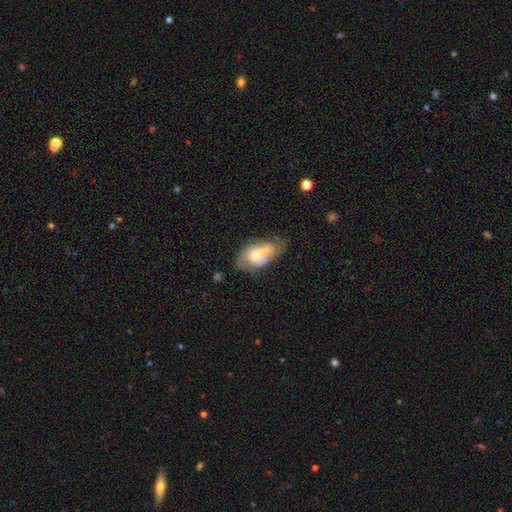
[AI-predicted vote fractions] A featured or disk galaxy (52%).

Vote fractions:
- Smooth or featured? featured or disk: 52% / smooth: 41% / star or artifact: 7%
- Edge-on disk? no: 93% / yes: 7%
- Merging? none: 36% / merger: 28% / minor disturbance: 23% / major disturbance: 13%